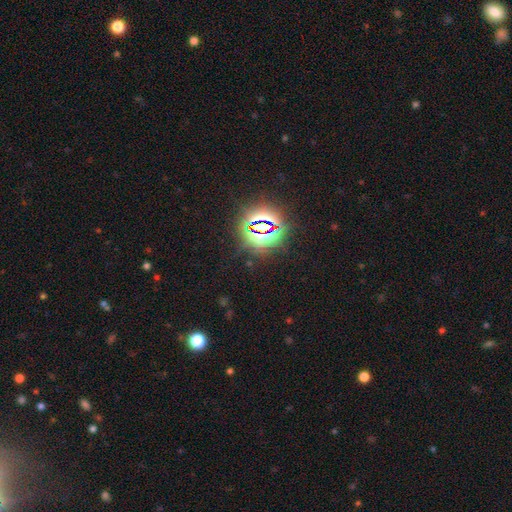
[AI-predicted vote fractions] A star or artifact, not a galaxy (82%).